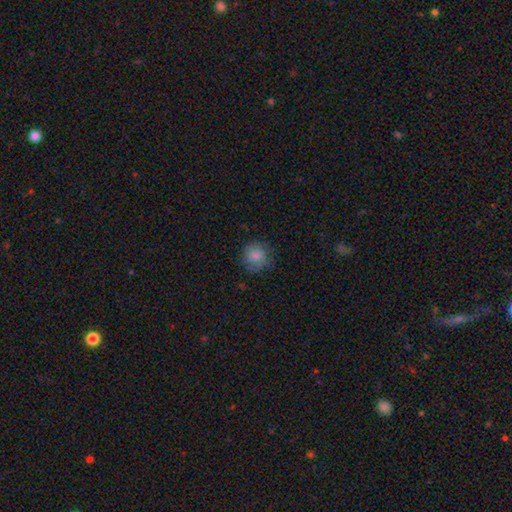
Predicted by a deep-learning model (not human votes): Smooth or featured? Predicted: smooth (p=0.81). How rounded? Predicted: round (p=0.86). Merging? Predicted: none (p=0.73).